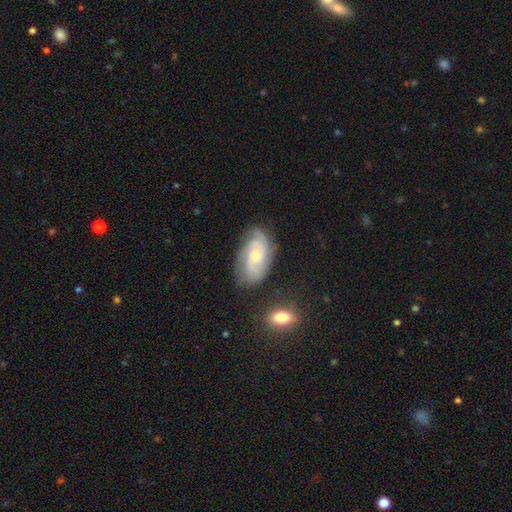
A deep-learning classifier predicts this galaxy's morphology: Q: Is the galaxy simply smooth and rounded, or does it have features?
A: featured or disk — 79%.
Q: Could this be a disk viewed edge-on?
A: no — 96%.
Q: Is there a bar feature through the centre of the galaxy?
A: no — 69%.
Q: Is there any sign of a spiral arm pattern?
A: yes — 95%.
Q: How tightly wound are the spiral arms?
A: tight — 49%.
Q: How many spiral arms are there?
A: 2 — 35%.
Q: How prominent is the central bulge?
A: small — 56%.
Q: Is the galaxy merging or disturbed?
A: none — 69%.